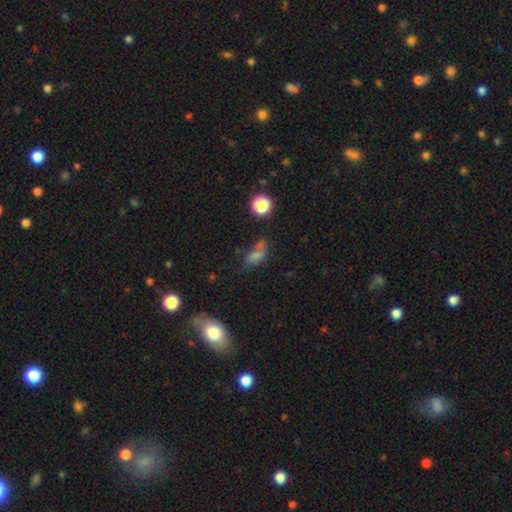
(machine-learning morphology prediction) Smooth or featured?
  - smooth: 59% *
  - star or artifact: 21%
  - featured or disk: 19%
How rounded?
  - in between: 75% *
  - round: 15%
  - cigar-shaped: 10%
Merging?
  - none: 40% *
  - minor disturbance: 23%
  - merger: 20%
  - major disturbance: 17%